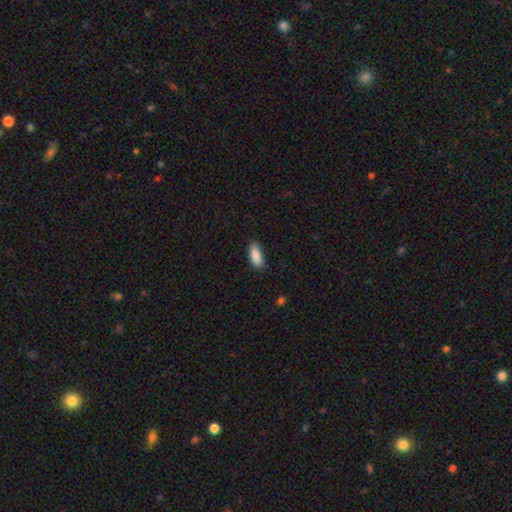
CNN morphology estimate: Overall: smooth (89%). How rounded: in between (83%). Merging: none (85%).